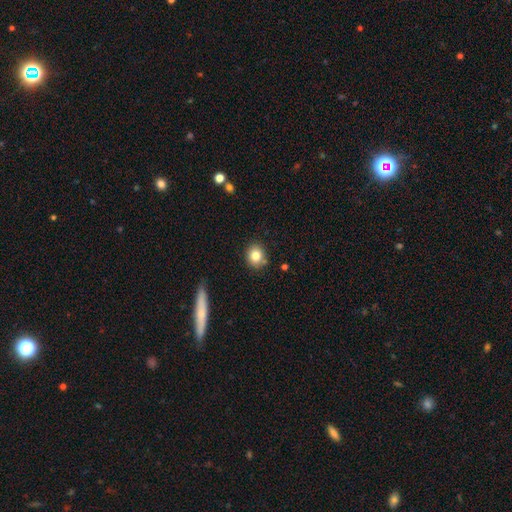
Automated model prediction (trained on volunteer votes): Smooth or featured: smooth — 81% (star or artifact — 10%)
How rounded: round — 72% (in between — 27%)
Merging: none — 81% (minor disturbance — 12%)